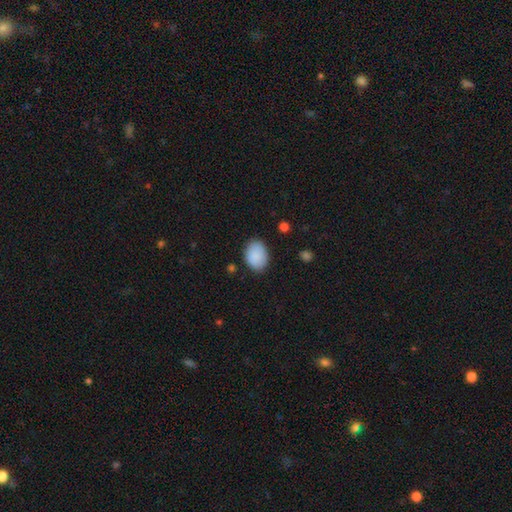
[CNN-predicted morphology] smooth-or-featured: smooth: 87% | featured or disk: 6% | star or artifact: 6%
  how-rounded: in between: 79% | round: 20% | cigar-shaped: 1%
  merging: none: 83% | minor disturbance: 13% | major disturbance: 3% | merger: 1%